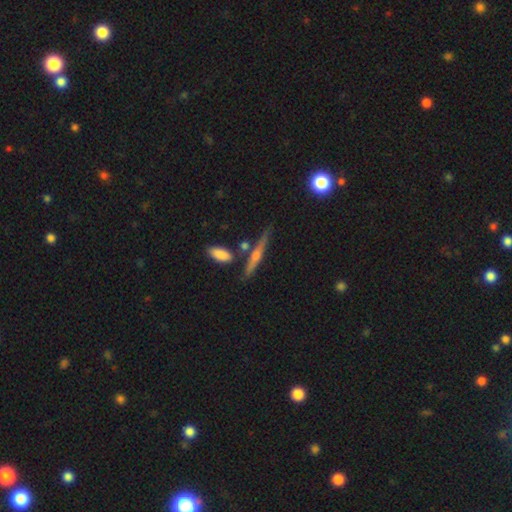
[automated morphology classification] A featured or disk galaxy (66%) viewed edge-on (96%) with a rounded central bulge (79%).

Vote fractions:
- Smooth or featured? featured or disk: 66% / smooth: 25% / star or artifact: 8%
- Edge-on disk? yes: 96% / no: 4%
- Edge-on bulge? rounded: 79% / none: 14% / boxy: 7%
- Merging? none: 79% / minor disturbance: 9% / merger: 9% / major disturbance: 3%